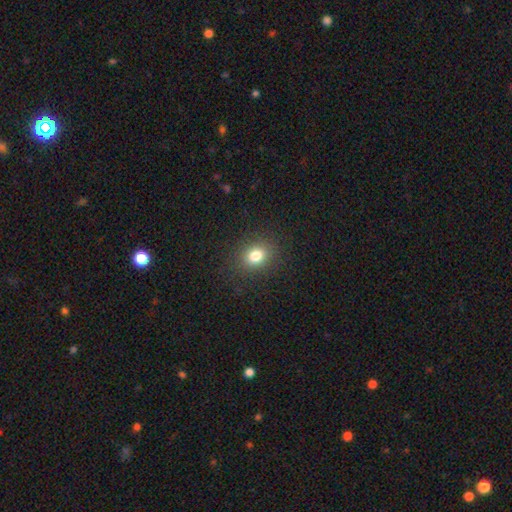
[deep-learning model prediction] Morphology: type=smooth (80%); roundness=round (56%); merging=none (87%).